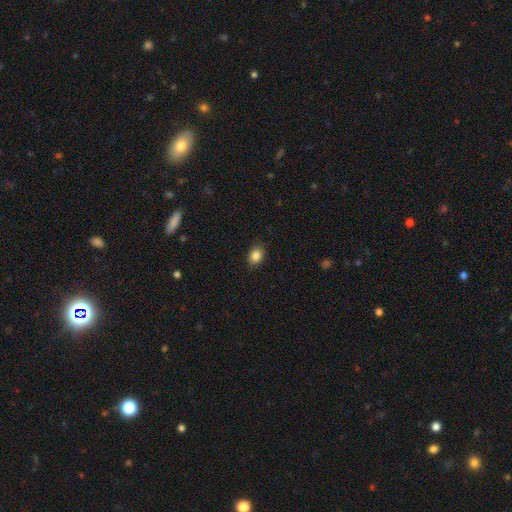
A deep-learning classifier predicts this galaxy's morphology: Smooth or featured? smooth (86%)
How rounded? in between (63%)
Merging? none (88%)